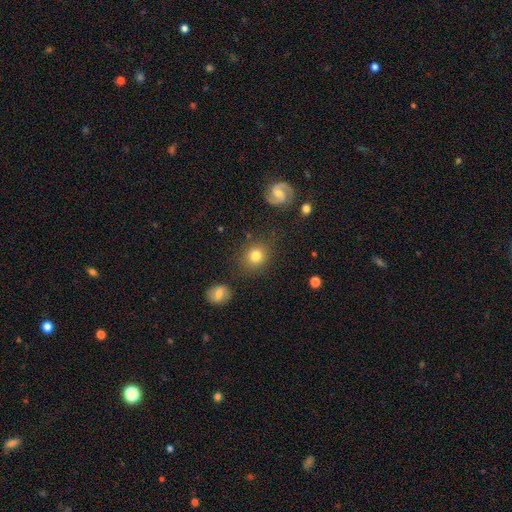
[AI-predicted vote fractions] smooth-or-featured: smooth: 78% | star or artifact: 11% | featured or disk: 11%
  how-rounded: round: 82% | in between: 17% | cigar-shaped: 1%
  merging: none: 83% | minor disturbance: 10% | major disturbance: 4% | merger: 4%